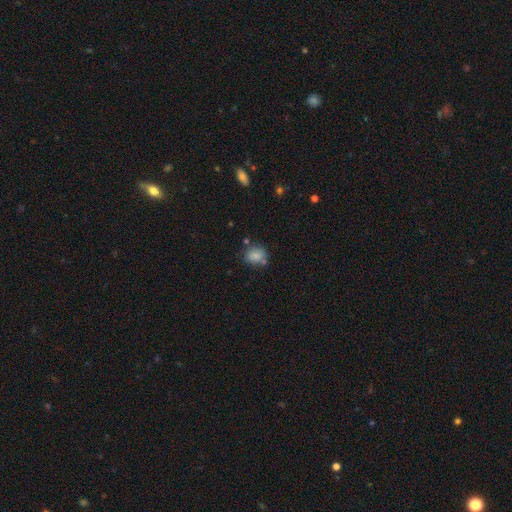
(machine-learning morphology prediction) Q: Smooth or featured?
A: smooth (81%); runner-up: star or artifact (10%)
Q: How rounded?
A: round (53%); runner-up: in between (46%)
Q: Merging?
A: none (65%); runner-up: minor disturbance (18%)